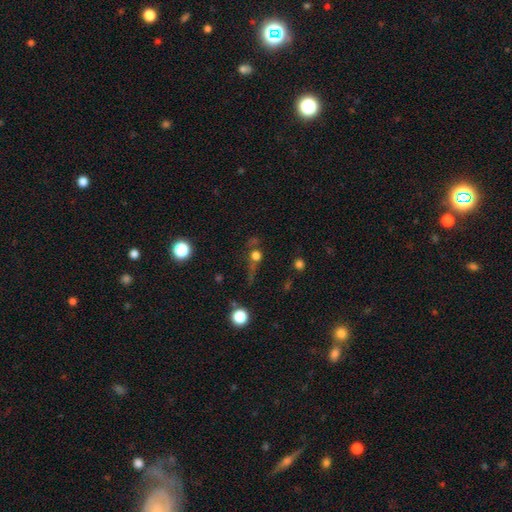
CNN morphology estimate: Q: Smooth or featured?
A: smooth (53%); runner-up: star or artifact (32%)
Q: How rounded?
A: round (85%); runner-up: in between (11%)
Q: Merging?
A: none (51%); runner-up: merger (18%)